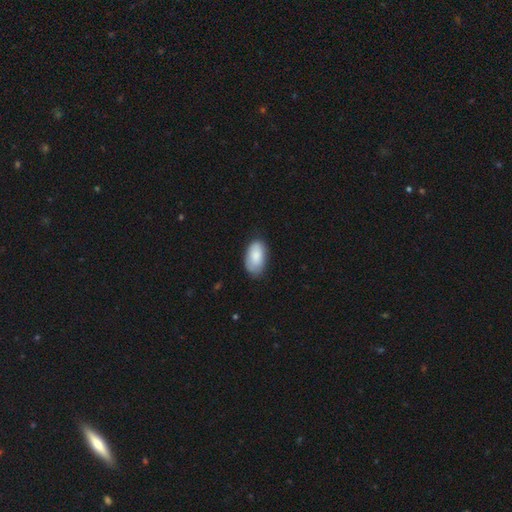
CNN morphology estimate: A smooth galaxy with no disk features (84%) that is in between round and cigar-shaped (95%). Merging: none (73%).